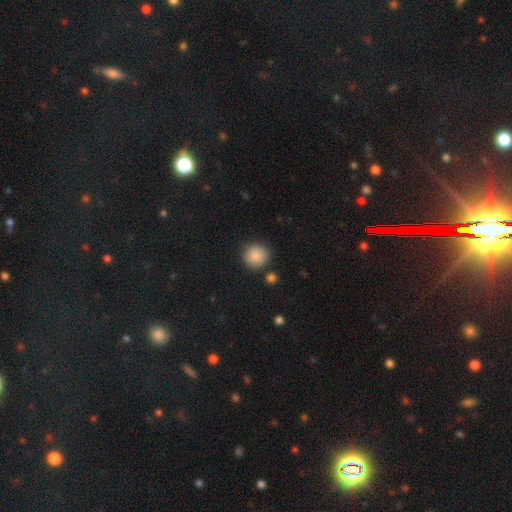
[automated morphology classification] The model was most divided on "merging": none: 85%, minor disturbance: 9%, merger: 3%, major disturbance: 3%. More confident: how rounded — round (92%); smooth or featured — smooth (88%).